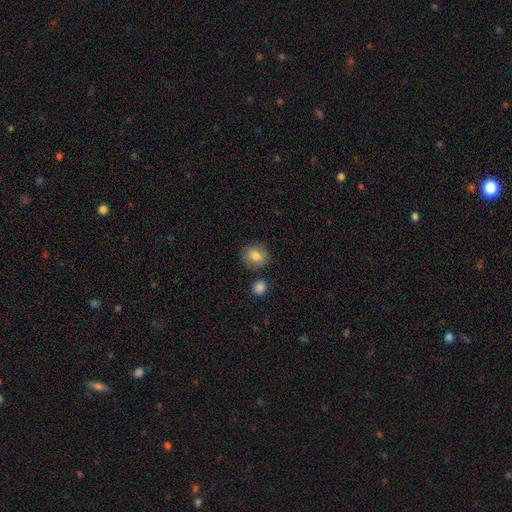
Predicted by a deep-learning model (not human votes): Smooth or featured? Predicted: smooth (p=0.82). How rounded? Predicted: round (p=0.80). Merging? Predicted: none (p=0.82).